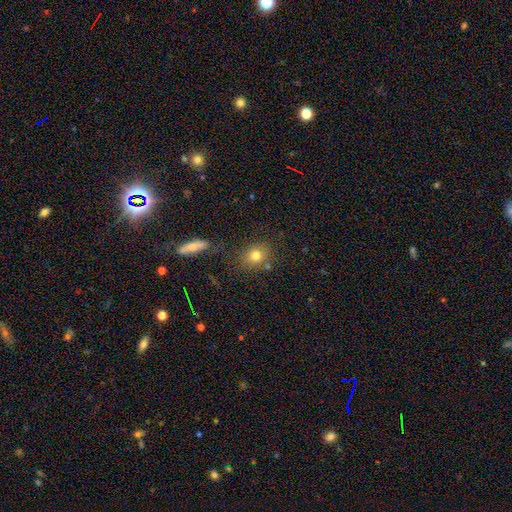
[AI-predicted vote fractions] smooth-or-featured: smooth: 76% | star or artifact: 13% | featured or disk: 11%
  how-rounded: round: 64% | in between: 34% | cigar-shaped: 2%
  merging: none: 75% | minor disturbance: 12% | merger: 9% | major disturbance: 4%